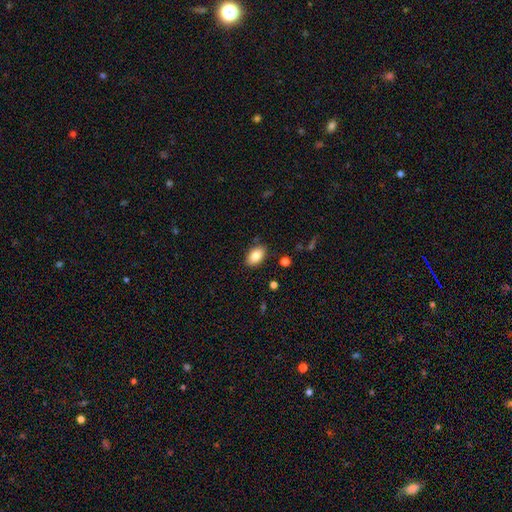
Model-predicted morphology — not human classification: Overall: smooth (86%). How rounded: in between (91%). Merging: none (85%).